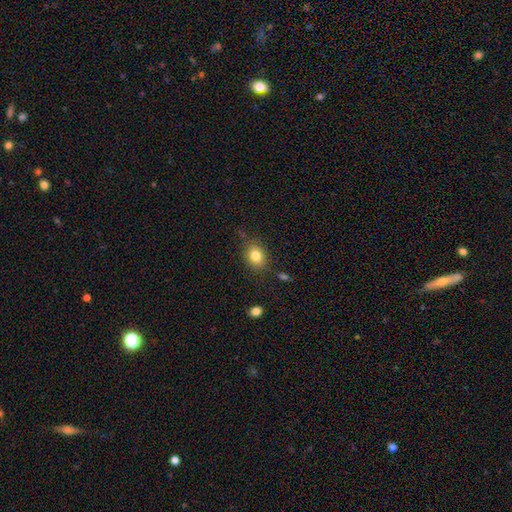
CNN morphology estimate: A smooth galaxy with no disk features (82%) that is in between round and cigar-shaped (53%).

Vote fractions:
- Smooth or featured? smooth: 82% / star or artifact: 10% / featured or disk: 8%
- How rounded? in between: 53% / round: 46% / cigar-shaped: 1%
- Merging? none: 81% / minor disturbance: 13% / major disturbance: 3% / merger: 3%